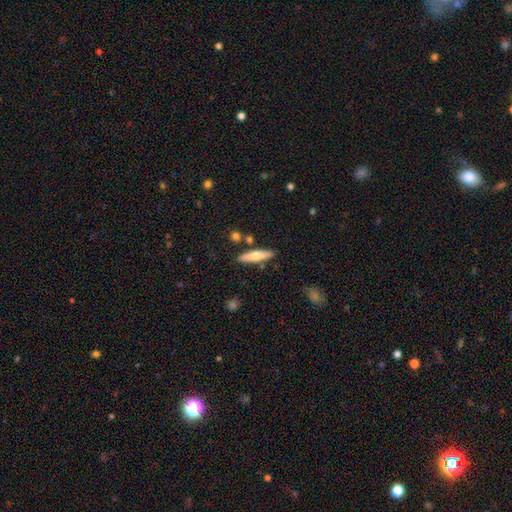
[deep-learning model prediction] Morphology: type=smooth (60%); roundness=cigar-shaped (78%); merging=none (83%).